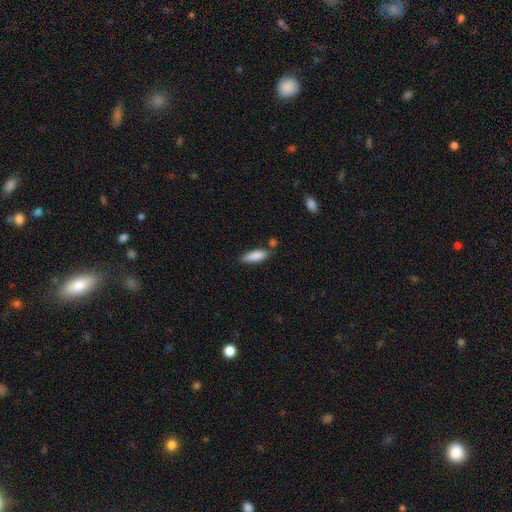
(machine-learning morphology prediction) This is clearly a smooth galaxy (87%). How rounded: likely in between (60%). Merging: likely none (70%).